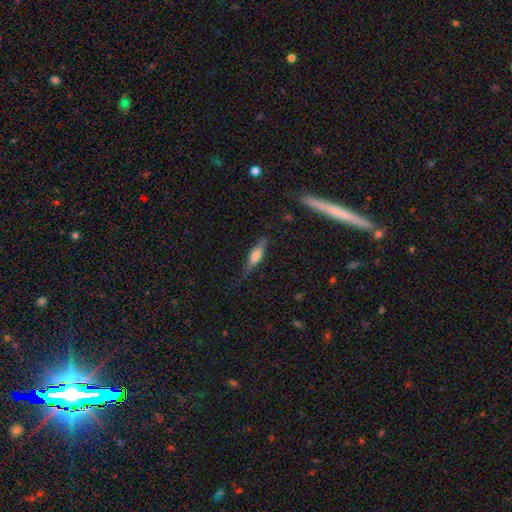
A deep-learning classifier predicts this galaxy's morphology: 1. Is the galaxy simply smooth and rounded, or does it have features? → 50% smooth, 43% featured or disk, 7% star or artifact.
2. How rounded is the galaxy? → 68% cigar-shaped, 30% in between, 2% round.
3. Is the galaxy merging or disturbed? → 74% none, 19% minor disturbance, 5% major disturbance, 2% merger.